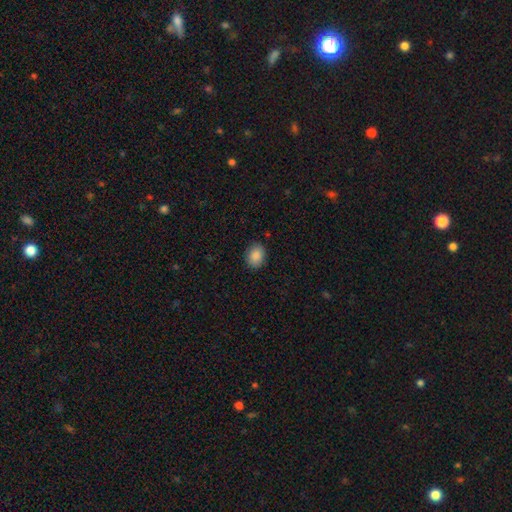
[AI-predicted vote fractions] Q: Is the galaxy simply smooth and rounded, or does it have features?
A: smooth — 88%.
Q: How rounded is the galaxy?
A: in between — 59%.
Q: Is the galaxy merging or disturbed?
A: none — 86%.